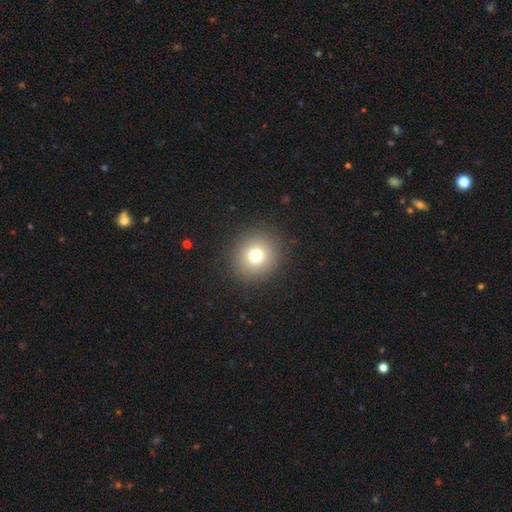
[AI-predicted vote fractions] Smooth or featured? Predicted: smooth (p=0.75). How rounded? Predicted: round (p=0.91). Merging? Predicted: none (p=0.90).